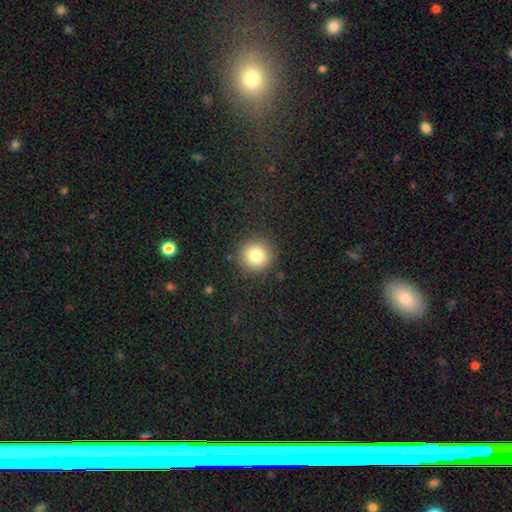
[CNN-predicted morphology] Smooth or featured? smooth (81%)
How rounded? round (94%)
Merging? none (89%)